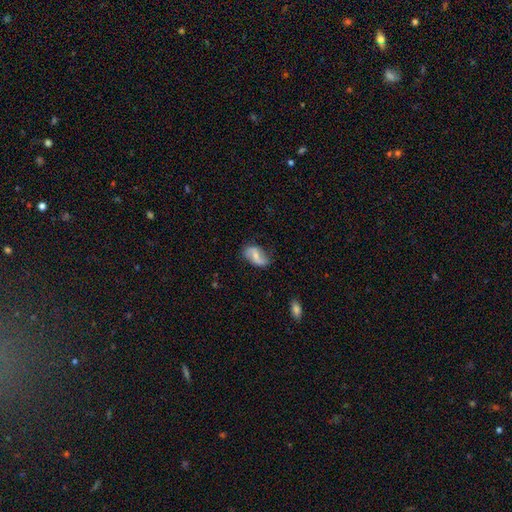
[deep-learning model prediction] A featured or disk galaxy (64%) with a weak bar (45%), 2 (88%) loose (69%) spiral arms (87%) and a small central bulge (48%).

Vote fractions:
- Smooth or featured? featured or disk: 64% / smooth: 29% / star or artifact: 7%
- Edge-on disk? no: 96% / yes: 4%
- Bar? weak: 45% / strong: 30% / no: 25%
- Spiral arms? yes: 87% / no: 13%
- Spiral winding? loose: 69% / medium: 22% / tight: 8%
- Spiral arm count? 2: 88% / can't tell: 5% / 1: 4% / 3: 1% / 4: 1% / more than 4: 1%
- Bulge size? small: 48% / moderate: 36% / none: 13% / large: 3% / dominant: 1%
- Merging? none: 71% / minor disturbance: 21% / major disturbance: 7% / merger: 2%